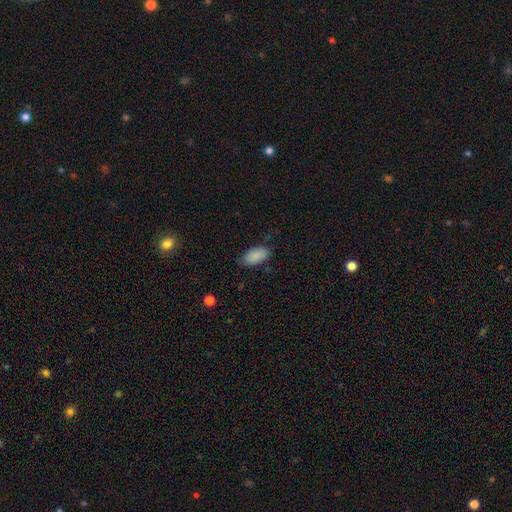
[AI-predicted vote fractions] Smooth or featured: smooth — 88% (star or artifact — 7%)
How rounded: in between — 94% (cigar-shaped — 4%)
Merging: none — 76% (minor disturbance — 19%)